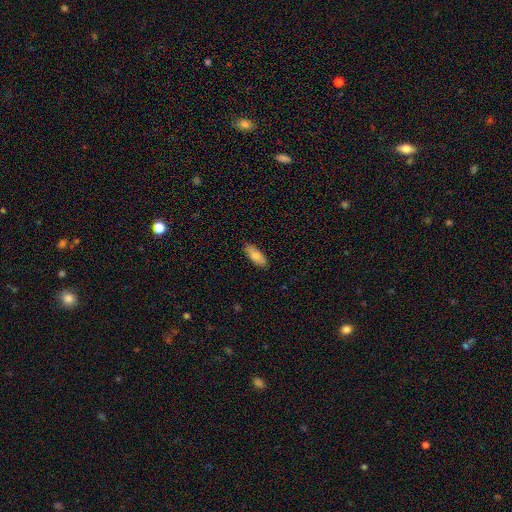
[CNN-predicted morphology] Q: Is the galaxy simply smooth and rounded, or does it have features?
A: smooth — 80%.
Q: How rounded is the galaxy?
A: in between — 79%.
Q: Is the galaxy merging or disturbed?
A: none — 88%.